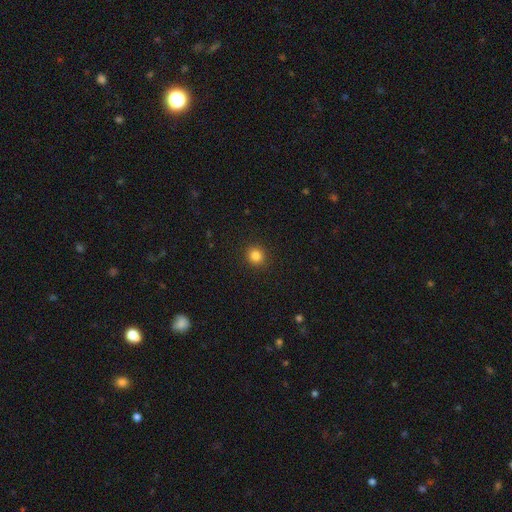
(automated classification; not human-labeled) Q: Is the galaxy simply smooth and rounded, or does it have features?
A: smooth — 83%.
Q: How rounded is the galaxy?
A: round — 89%.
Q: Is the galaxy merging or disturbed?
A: none — 92%.